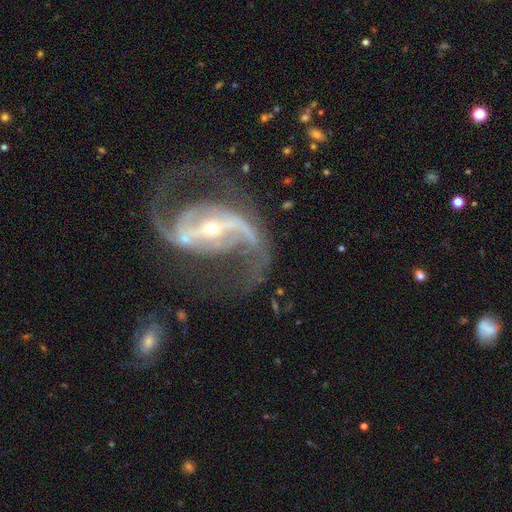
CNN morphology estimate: Smooth or featured: featured or disk — 93% (star or artifact — 5%)
Edge-on disk: no — 97% (yes — 3%)
Bar: strong — 65% (weak — 24%)
Spiral arms: yes — 98% (no — 2%)
Spiral winding: medium — 49% (loose — 41%)
Spiral arm count: 2 — 93% (3 — 2%)
Bulge size: small — 71% (moderate — 25%)
Merging: none — 70% (minor disturbance — 14%)